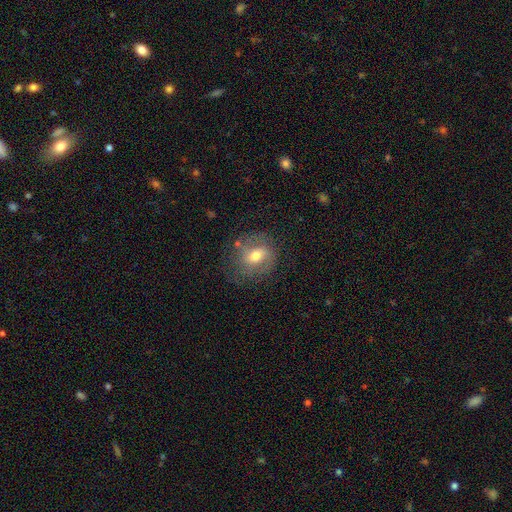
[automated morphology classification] A featured or disk galaxy (51%). Merging: none (67%).